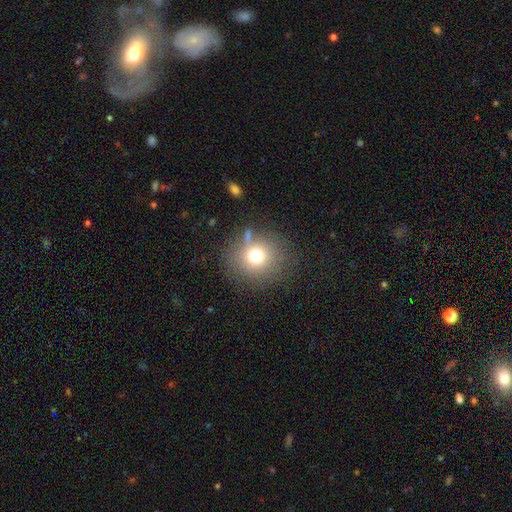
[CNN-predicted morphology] Q: Smooth or featured?
A: smooth (72%); runner-up: star or artifact (15%)
Q: How rounded?
A: round (88%); runner-up: in between (11%)
Q: Merging?
A: none (76%); runner-up: minor disturbance (12%)